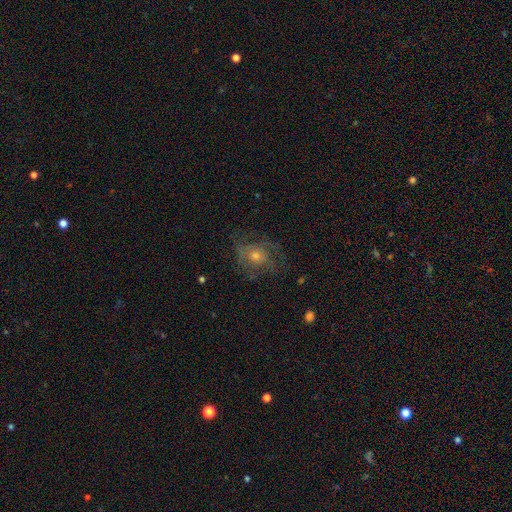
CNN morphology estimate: This is possibly a featured or disk galaxy (58%). It is clearly not viewed edge-on (96%). Bar: clearly no (82%). Spiral arm pattern: likely yes (70%). Central bulge: possibly moderate (53%). Merging: likely none (61%).